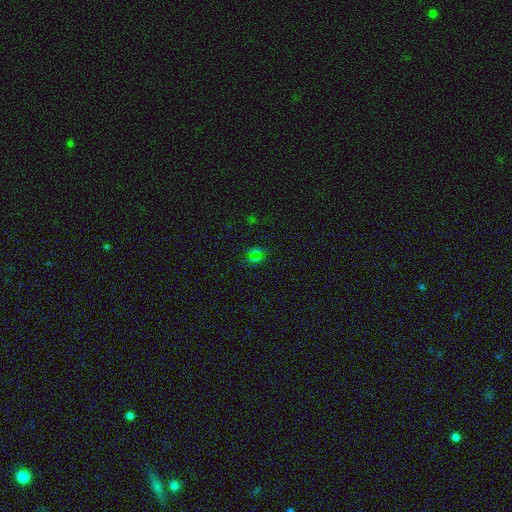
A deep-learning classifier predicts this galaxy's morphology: A star or artifact, not a galaxy (55%).

Vote fractions:
- Smooth or featured? star or artifact: 55% / smooth: 33% / featured or disk: 12%